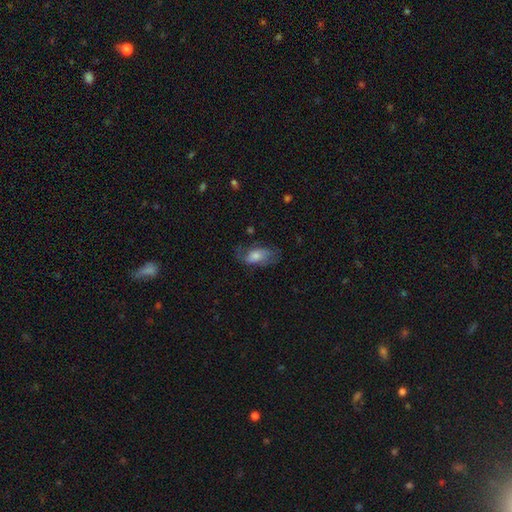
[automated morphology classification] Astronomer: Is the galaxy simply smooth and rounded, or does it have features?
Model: smooth — 54% (runner-up: featured or disk, 36%).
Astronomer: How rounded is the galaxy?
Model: in between — 85%.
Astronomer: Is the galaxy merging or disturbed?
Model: none — 59%.